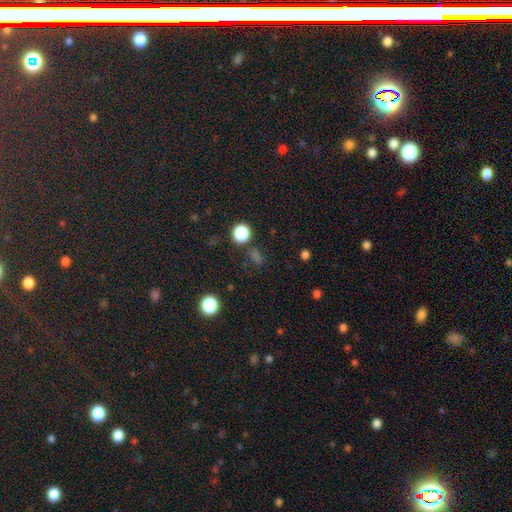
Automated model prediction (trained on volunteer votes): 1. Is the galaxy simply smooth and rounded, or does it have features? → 52% smooth, 41% star or artifact, 6% featured or disk.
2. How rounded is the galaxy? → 68% round, 29% in between, 2% cigar-shaped.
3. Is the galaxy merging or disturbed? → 74% none, 12% minor disturbance, 8% merger, 6% major disturbance.